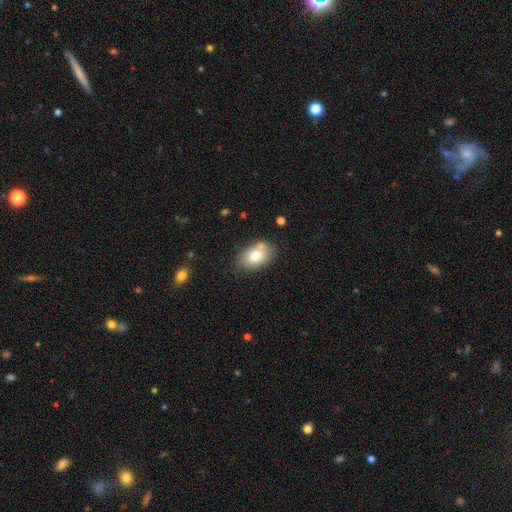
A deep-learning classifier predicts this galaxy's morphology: A smooth galaxy with no disk features (77%) that is in between round and cigar-shaped (85%).

Vote fractions:
- Smooth or featured? smooth: 77% / featured or disk: 15% / star or artifact: 8%
- How rounded? in between: 85% / round: 14% / cigar-shaped: 1%
- Merging? none: 72% / minor disturbance: 18% / merger: 6% / major disturbance: 4%